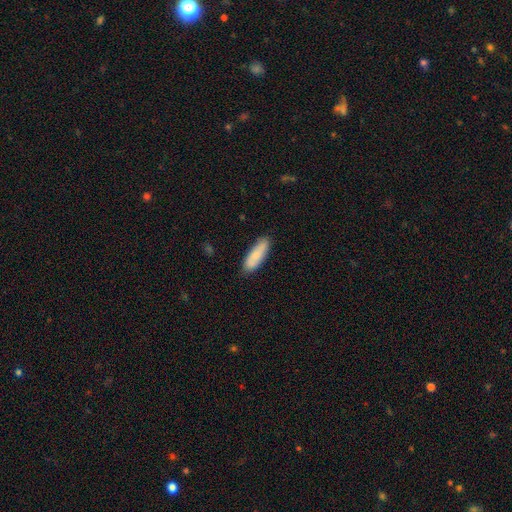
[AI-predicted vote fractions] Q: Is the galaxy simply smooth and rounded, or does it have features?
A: smooth — 75%.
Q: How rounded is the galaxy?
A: in between — 53%.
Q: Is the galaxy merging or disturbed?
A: none — 84%.